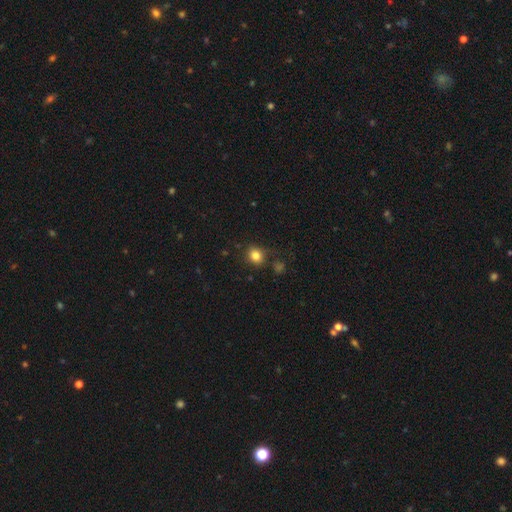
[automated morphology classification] A smooth galaxy with no disk features (81%) that is round (73%).

Vote fractions:
- Smooth or featured? smooth: 81% / star or artifact: 12% / featured or disk: 6%
- How rounded? round: 73% / in between: 26% / cigar-shaped: 1%
- Merging? none: 77% / minor disturbance: 14% / major disturbance: 5% / merger: 4%